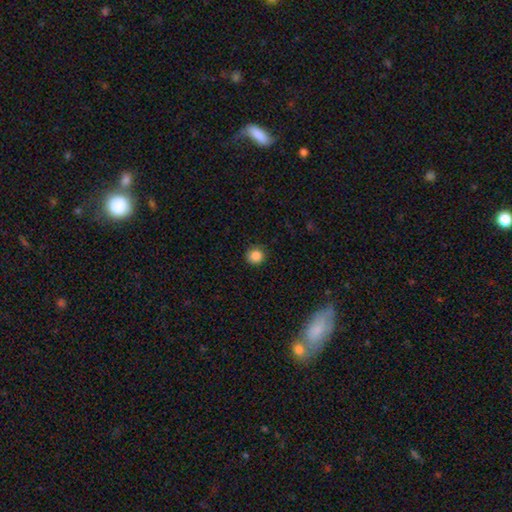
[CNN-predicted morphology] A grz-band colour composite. It shows a smooth galaxy with no disk features (86%) that is round (94%). Merging: none (87%).